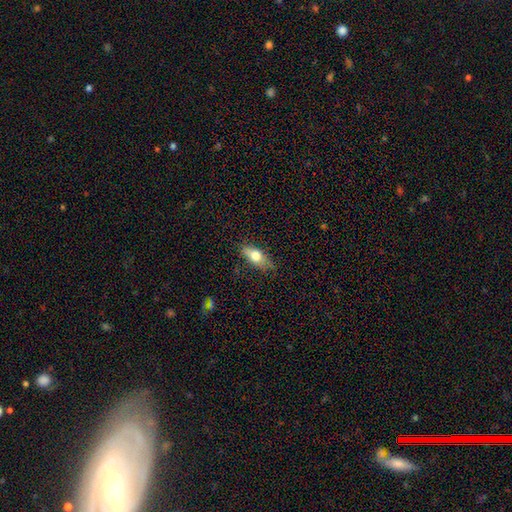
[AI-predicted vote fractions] The model was most divided on "smooth or featured": smooth: 66%, featured or disk: 27%, star or artifact: 7%. More confident: merging — none (73%); how rounded — in between (72%).